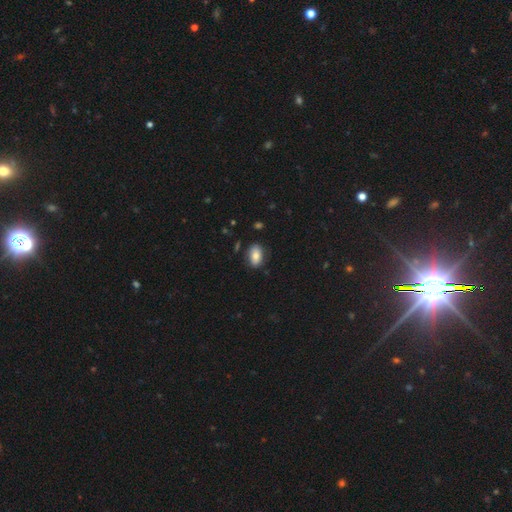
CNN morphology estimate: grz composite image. It shows a smooth galaxy with no disk features (79%) that is in between round and cigar-shaped (89%). Merging: none (81%).